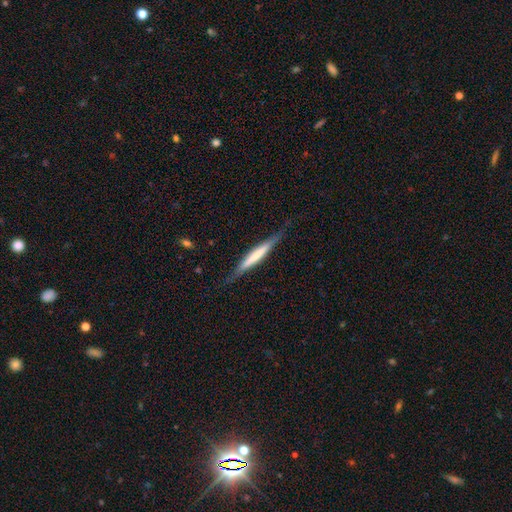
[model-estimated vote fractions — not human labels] Smooth or featured? featured or disk (49%)
Merging? none (79%)